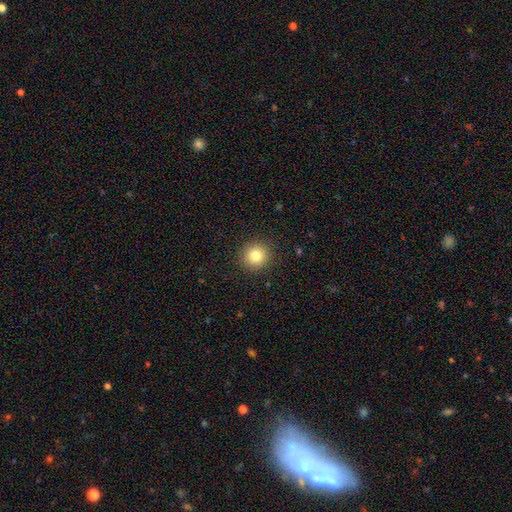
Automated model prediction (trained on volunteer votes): Morphology: type=smooth (82%); roundness=round (93%); merging=none (91%).